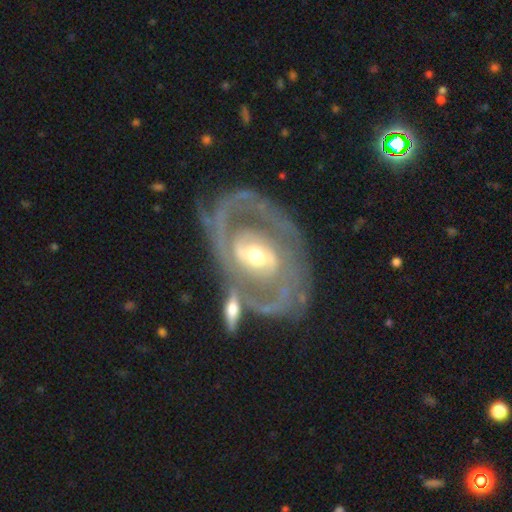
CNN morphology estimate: Smooth or featured? Predicted: featured or disk (p=0.88). Edge-on disk? Predicted: no (p=0.95). Bar? Predicted: no (p=0.42). Spiral arms? Predicted: yes (p=0.88). Spiral winding? Predicted: tight (p=0.50). Spiral arm count? Predicted: 2 (p=0.63). Bulge size? Predicted: moderate (p=0.57). Merging? Predicted: none (p=0.51).